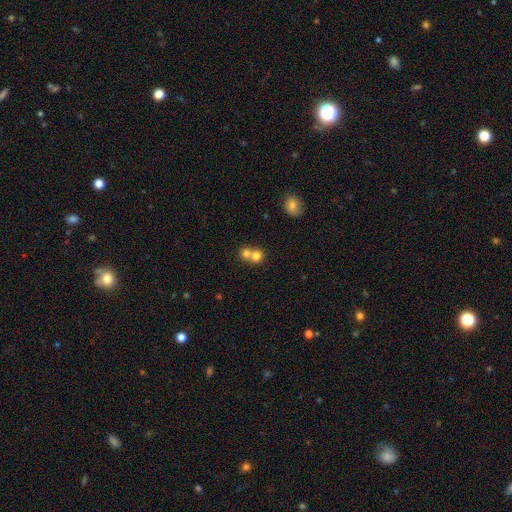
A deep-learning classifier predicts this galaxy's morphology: Overall: smooth (77%). How rounded: round (83%). Merging: merger (60%; none 34%).